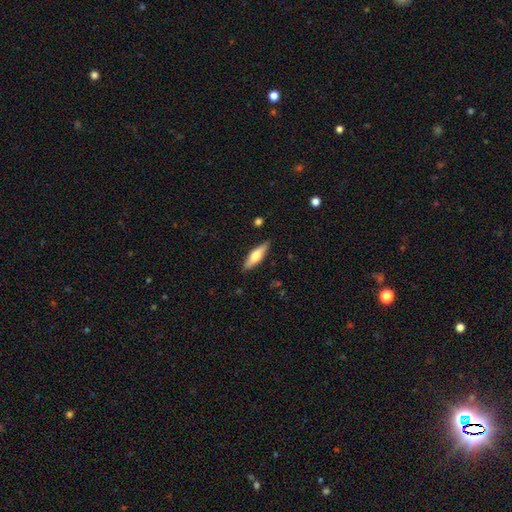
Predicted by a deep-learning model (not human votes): smooth 61%, featured or disk 34%, star or artifact 6%. Down the decision tree: how rounded — cigar-shaped (56%); merging — none (87%).